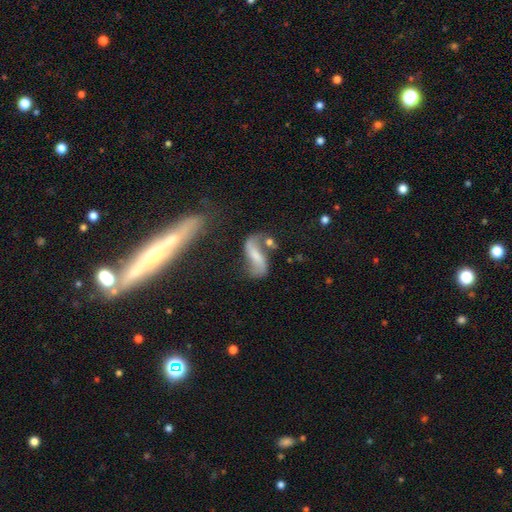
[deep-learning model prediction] Morphology: type=featured or disk (68%); edge-on=no (92%); bar=weak (36%); spiral arms=yes (86%); winding=loose (78%); arm count=2 (89%); bulge=none (37%); merging=none (47%).